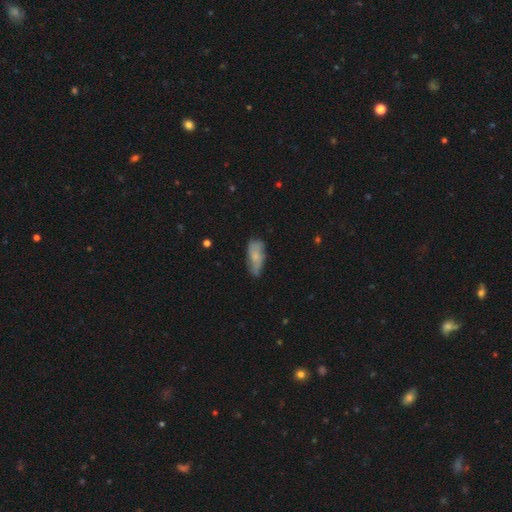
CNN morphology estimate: smooth-or-featured: smooth: 66% | featured or disk: 27% | star or artifact: 8%
  how-rounded: in between: 82% | cigar-shaped: 16% | round: 3%
  merging: none: 59% | minor disturbance: 30% | major disturbance: 9% | merger: 2%